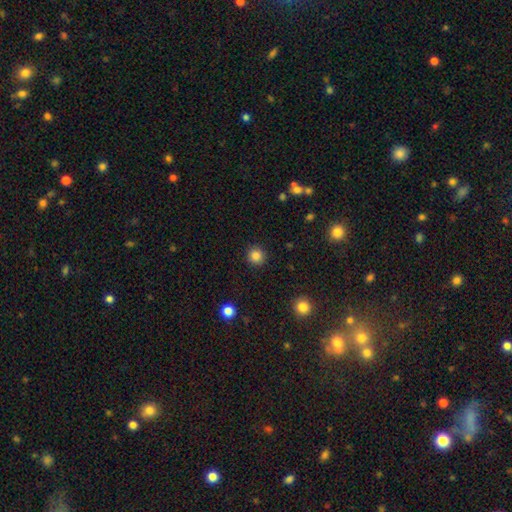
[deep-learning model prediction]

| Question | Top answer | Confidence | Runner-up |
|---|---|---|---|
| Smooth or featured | smooth | 85% | star or artifact (11%) |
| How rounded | round | 93% | in between (6%) |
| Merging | none | 91% | minor disturbance (6%) |